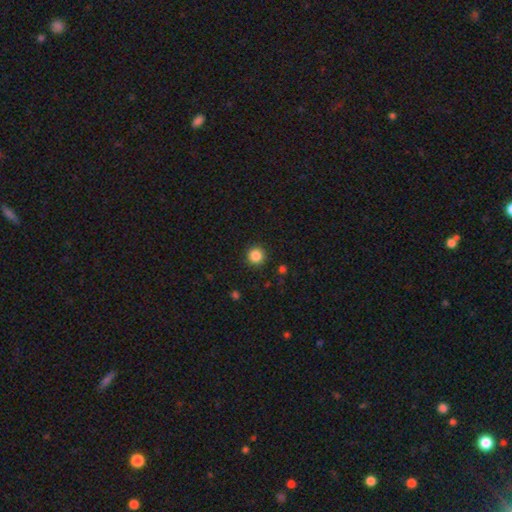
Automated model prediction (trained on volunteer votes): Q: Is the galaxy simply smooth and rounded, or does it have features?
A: smooth — 86%.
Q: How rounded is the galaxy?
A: round — 96%.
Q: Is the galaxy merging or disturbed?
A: none — 92%.